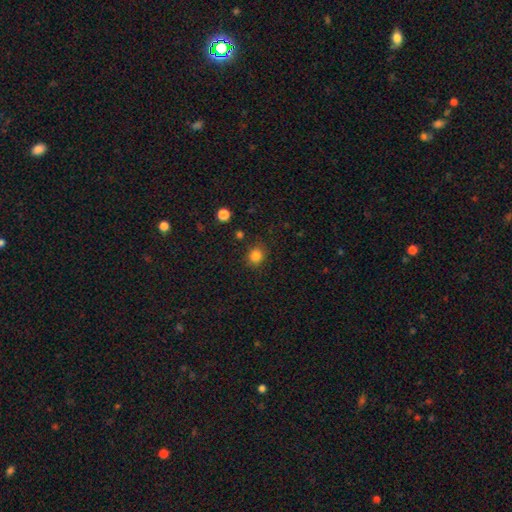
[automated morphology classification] Smooth or featured? smooth (83%)
How rounded? round (79%)
Merging? none (86%)